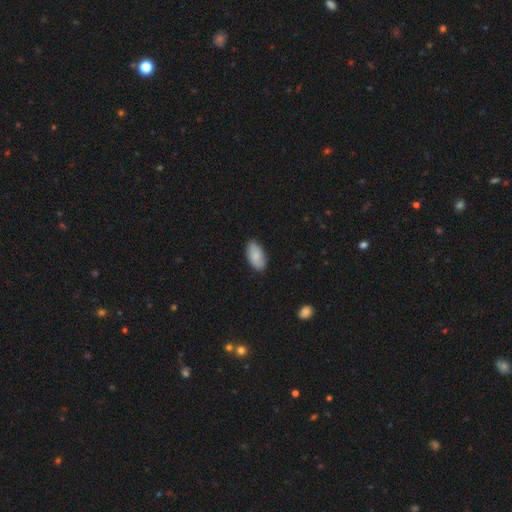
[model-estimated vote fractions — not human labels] Morphology: type=smooth (81%); roundness=in between (94%); merging=none (83%).